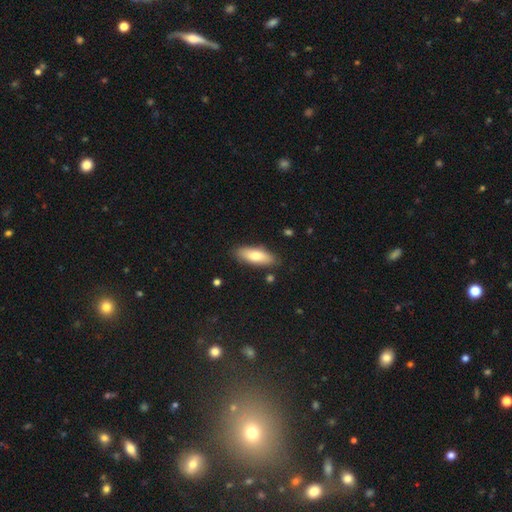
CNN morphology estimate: The model was most divided on "how rounded": in between: 67%, cigar-shaped: 31%, round: 2%. More confident: merging — none (85%); smooth or featured — smooth (75%).